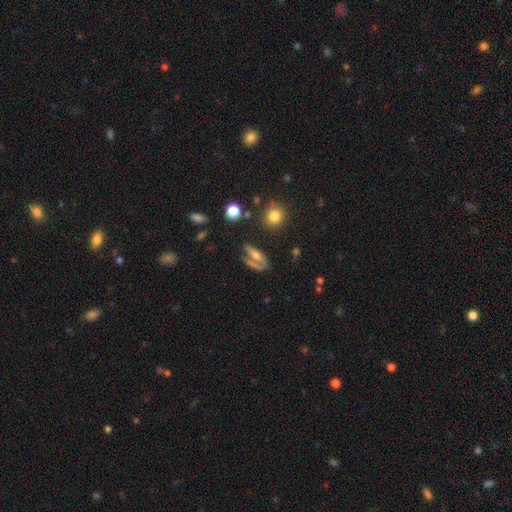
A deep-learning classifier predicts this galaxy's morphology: smooth-or-featured: featured or disk: 46% | smooth: 41% | star or artifact: 13%
  merging: none: 49% | minor disturbance: 21% | major disturbance: 20% | merger: 10%